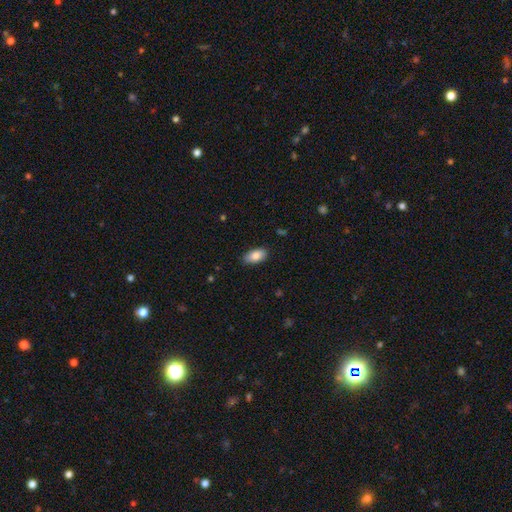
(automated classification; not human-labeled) Smooth or featured: smooth — 85% (featured or disk — 8%)
How rounded: in between — 93% (cigar-shaped — 4%)
Merging: none — 86% (minor disturbance — 11%)